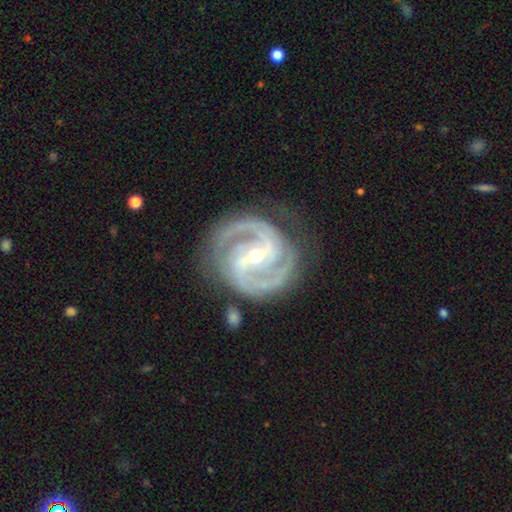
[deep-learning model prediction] The model was most divided on "bulge size": small: 50%, moderate: 47%, large: 1%, none: 1%, dominant: 1%. Remaining: spiral arms — yes (99%); edge-on disk — no (98%); smooth or featured — featured or disk (93%); merging — none (78%); spiral arm count — 2 (77%); spiral winding — tight (54%); bar — strong (47%).